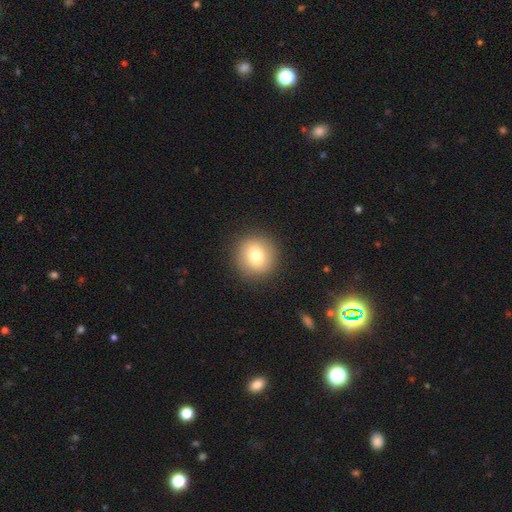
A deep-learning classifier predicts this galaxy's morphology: The model was most divided on "smooth or featured": smooth: 78%, featured or disk: 12%, star or artifact: 10%. More confident: how rounded — round (93%); merging — none (90%).